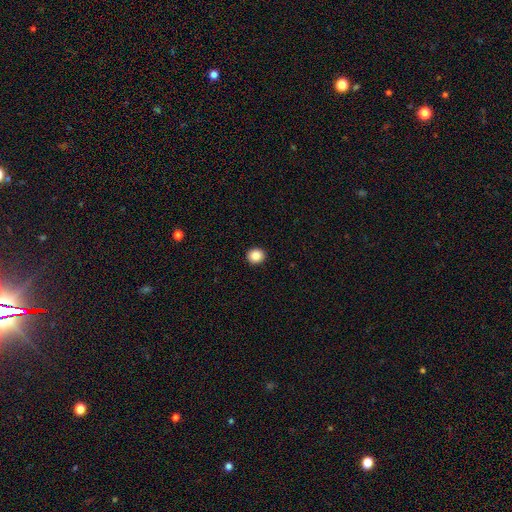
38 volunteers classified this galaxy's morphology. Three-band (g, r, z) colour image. It shows a smooth galaxy with no disk features (89%) that is round (85%). Merging: none (89%).